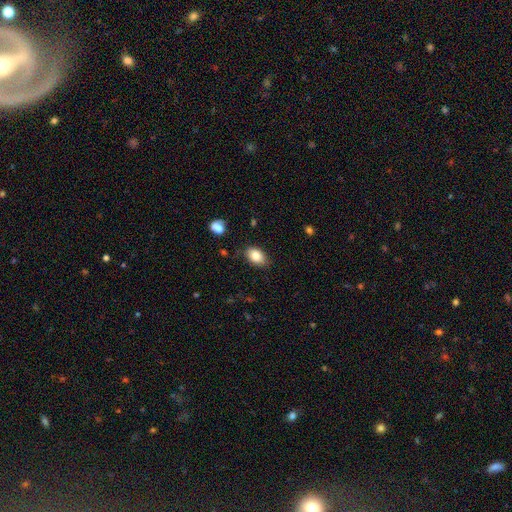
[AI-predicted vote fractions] This appears to be a smooth galaxy with no disk features (83%) that is in between round and cigar-shaped (86%). Merging: none (82%).